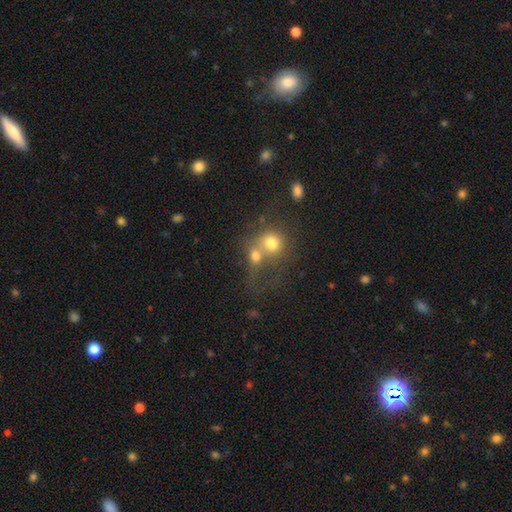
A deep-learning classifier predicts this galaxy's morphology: Smooth or featured? smooth (69%)
How rounded? round (75%)
Merging? merger (63%)